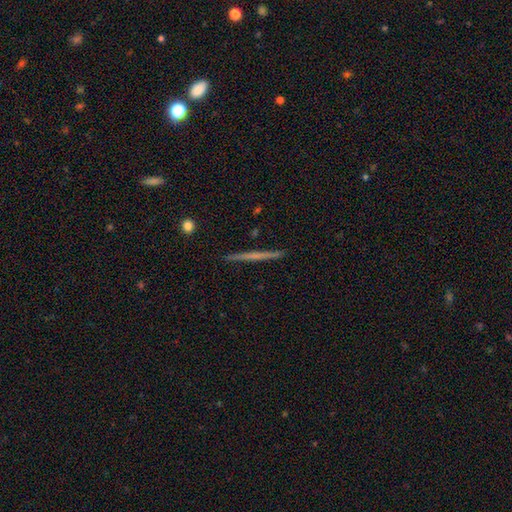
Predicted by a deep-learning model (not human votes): A featured or disk galaxy (56%) viewed edge-on (98%) with no central bulge (84%).

Vote fractions:
- Smooth or featured? featured or disk: 56% / smooth: 38% / star or artifact: 6%
- Edge-on disk? yes: 98% / no: 2%
- Edge-on bulge? none: 84% / rounded: 12% / boxy: 4%
- Merging? none: 93% / minor disturbance: 5% / major disturbance: 1% / merger: 1%